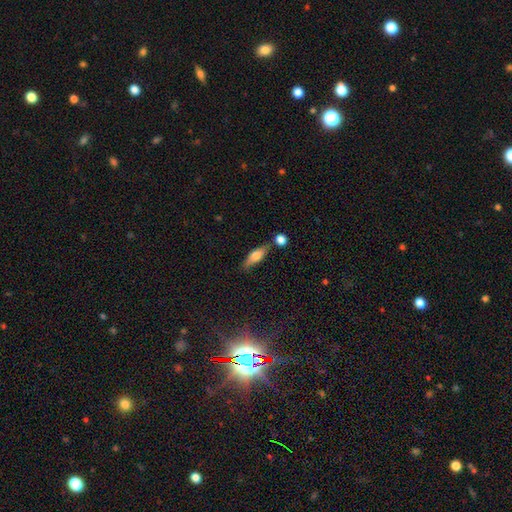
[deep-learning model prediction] smooth-or-featured: smooth: 61% | featured or disk: 31% | star or artifact: 8%
  how-rounded: in between: 55% | cigar-shaped: 41% | round: 4%
  merging: none: 71% | minor disturbance: 15% | merger: 10% | major disturbance: 4%